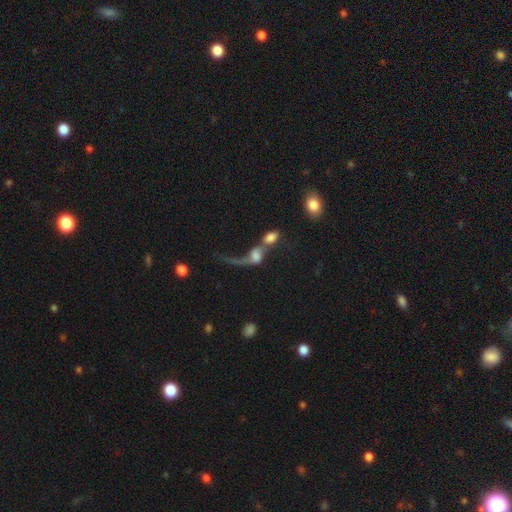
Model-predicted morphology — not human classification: type=featured or disk (44%); merging=merger (73%).